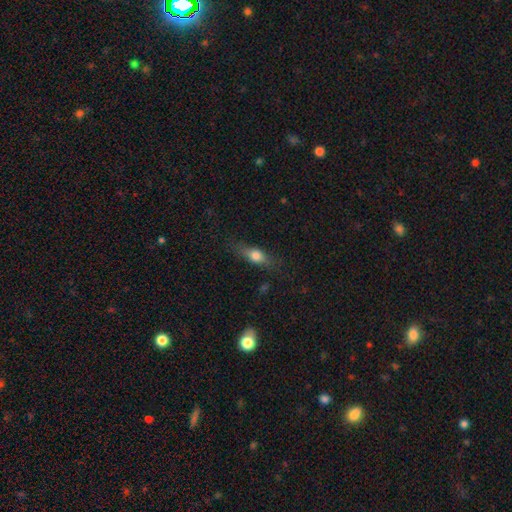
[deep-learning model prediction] Smooth or featured? smooth (66%)
How rounded? in between (57%)
Merging? none (74%)